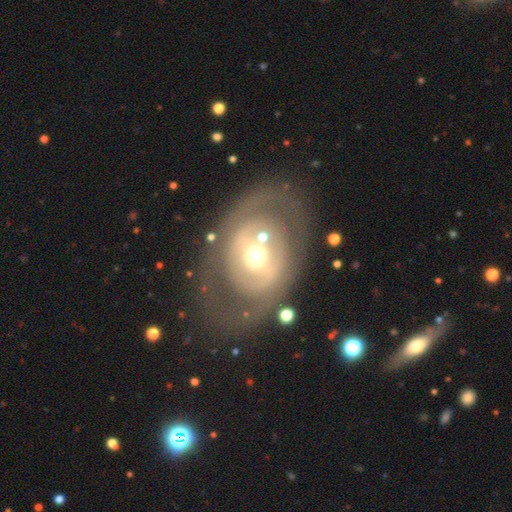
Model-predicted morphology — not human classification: A featured or disk galaxy (68%) with no bar (61%), no spiral arms (67%) and a moderate central bulge (66%). Merging: none (68%).